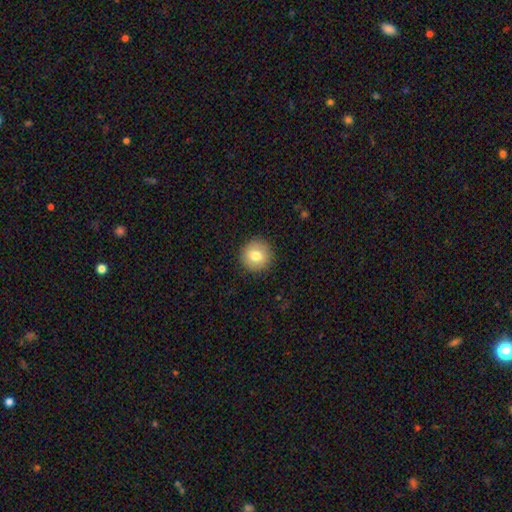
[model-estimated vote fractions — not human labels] Smooth or featured? smooth (77%)
How rounded? round (93%)
Merging? none (91%)